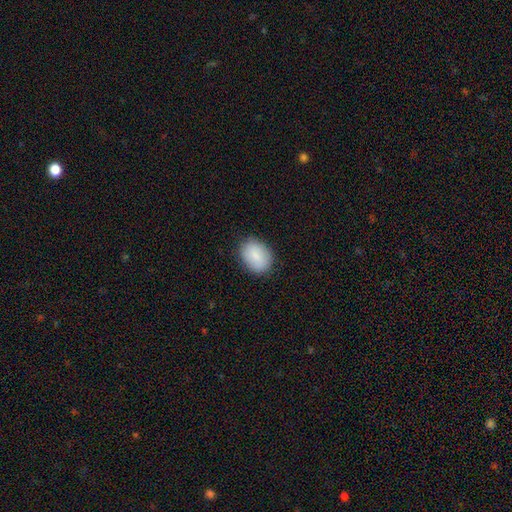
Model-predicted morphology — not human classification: This appears to be a smooth galaxy with no disk features (87%) that is in between round and cigar-shaped (71%). Merging: none (83%).